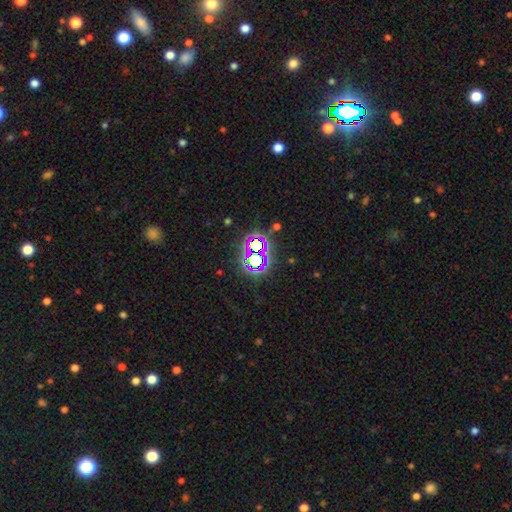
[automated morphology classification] Overall: star or artifact (75%).